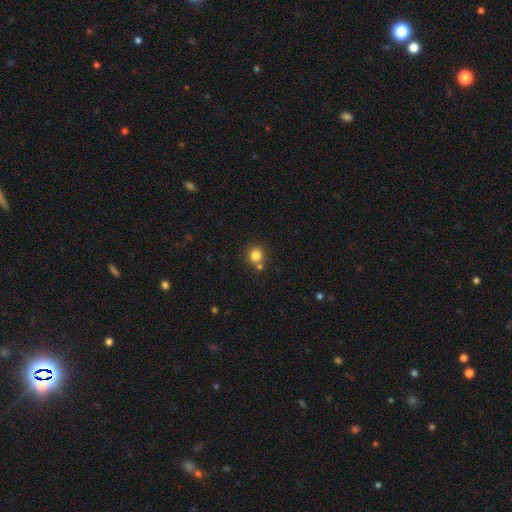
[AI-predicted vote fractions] Q: Smooth or featured?
A: smooth (82%); runner-up: star or artifact (12%)
Q: How rounded?
A: round (92%); runner-up: in between (7%)
Q: Merging?
A: none (72%); runner-up: merger (17%)